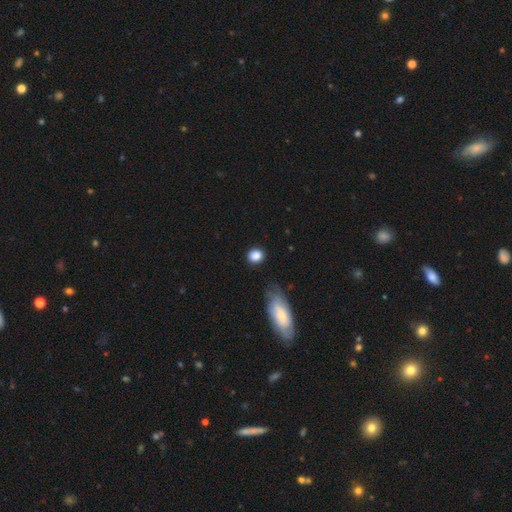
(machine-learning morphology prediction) A smooth galaxy with no disk features (86%) that is round (75%).

Vote fractions:
- Smooth or featured? smooth: 86% / star or artifact: 8% / featured or disk: 5%
- How rounded? round: 75% / in between: 23% / cigar-shaped: 2%
- Merging? none: 82% / minor disturbance: 12% / major disturbance: 4% / merger: 2%